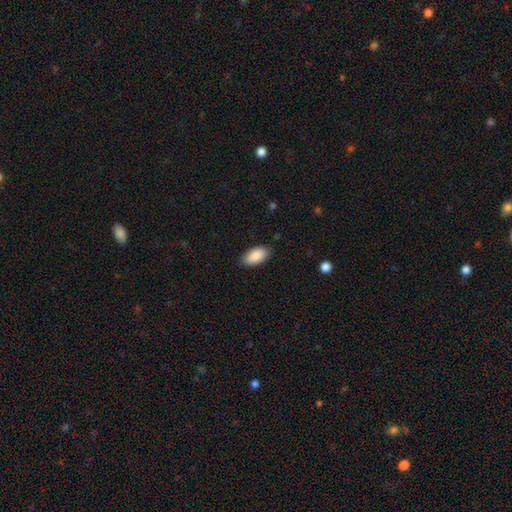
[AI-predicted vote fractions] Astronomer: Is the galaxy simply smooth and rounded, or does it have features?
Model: smooth — 89%.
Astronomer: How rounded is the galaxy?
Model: in between — 95%.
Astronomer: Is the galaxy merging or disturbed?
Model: none — 85%.